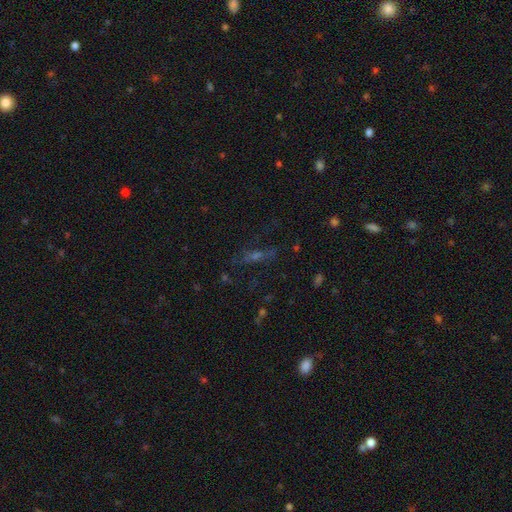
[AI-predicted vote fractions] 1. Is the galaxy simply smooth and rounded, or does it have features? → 39% featured or disk, 35% star or artifact, 26% smooth.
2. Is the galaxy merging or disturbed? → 72% none, 14% minor disturbance, 10% major disturbance, 4% merger.